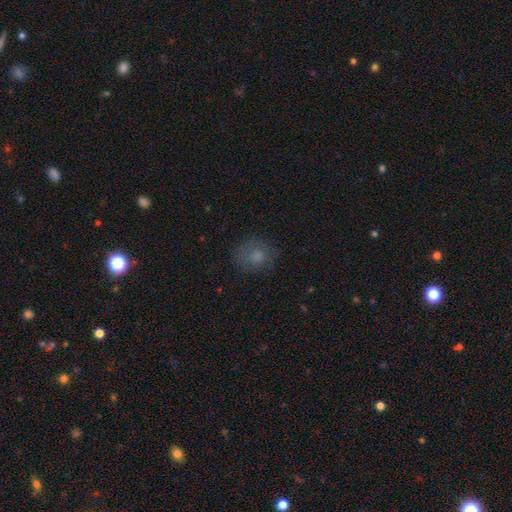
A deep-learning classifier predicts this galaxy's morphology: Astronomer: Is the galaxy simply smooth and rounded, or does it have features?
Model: smooth — 71%.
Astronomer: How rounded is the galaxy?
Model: round — 71%.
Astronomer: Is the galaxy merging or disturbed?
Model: none — 69%.